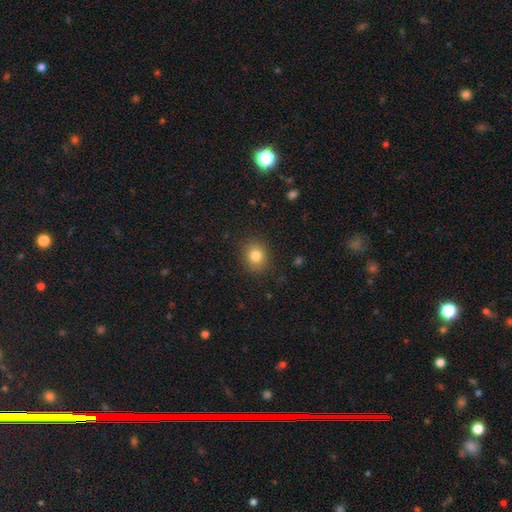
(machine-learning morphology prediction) Smooth or featured: smooth — 81% (star or artifact — 11%)
How rounded: round — 74% (in between — 25%)
Merging: none — 88% (minor disturbance — 8%)